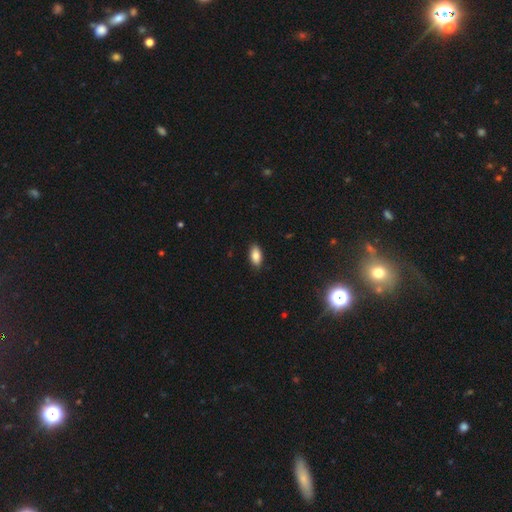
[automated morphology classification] This appears to be a smooth galaxy with no disk features (85%) that is in between round and cigar-shaped (91%). Merging: none (88%).